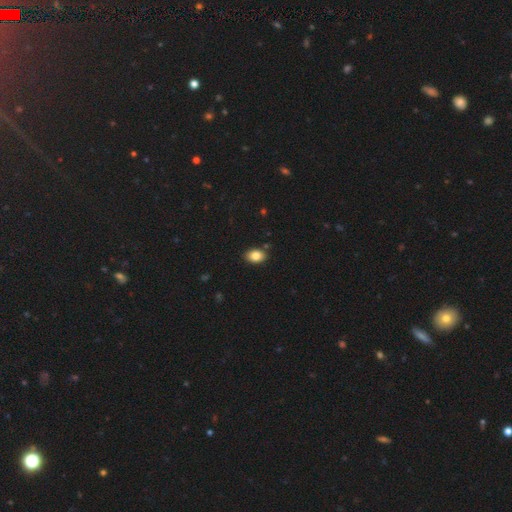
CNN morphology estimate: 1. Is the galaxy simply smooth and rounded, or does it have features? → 84% smooth, 9% star or artifact, 7% featured or disk.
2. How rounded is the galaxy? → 80% in between, 19% round, 1% cigar-shaped.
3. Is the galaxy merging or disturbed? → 87% none, 9% minor disturbance, 2% merger, 2% major disturbance.